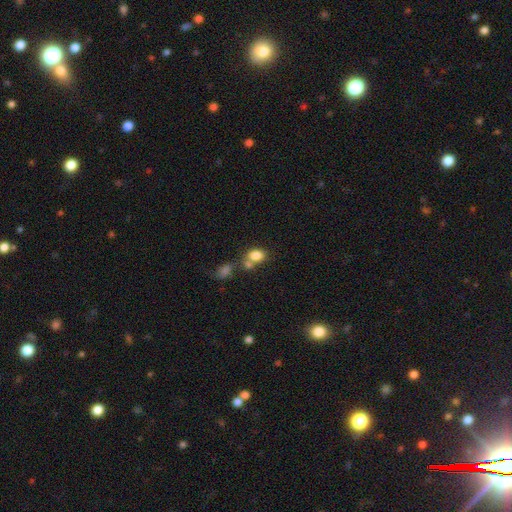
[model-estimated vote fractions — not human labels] The model was most divided on "merging": merger: 42%, none: 41%, minor disturbance: 12%, major disturbance: 6%. More confident: smooth or featured — smooth (81%); how rounded — in between (71%).